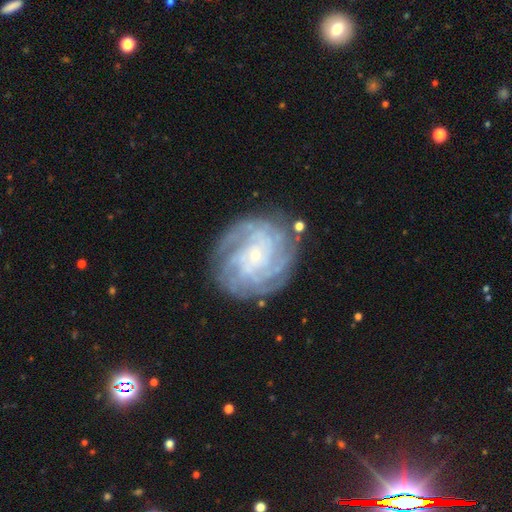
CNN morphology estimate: Smooth or featured? featured or disk (86%)
Edge-on disk? no (97%)
Bar? no (74%)
Spiral arms? yes (96%)
Spiral winding? tight (74%)
Spiral arm count? 4 (28%)
Bulge size? small (84%)
Merging? none (79%)